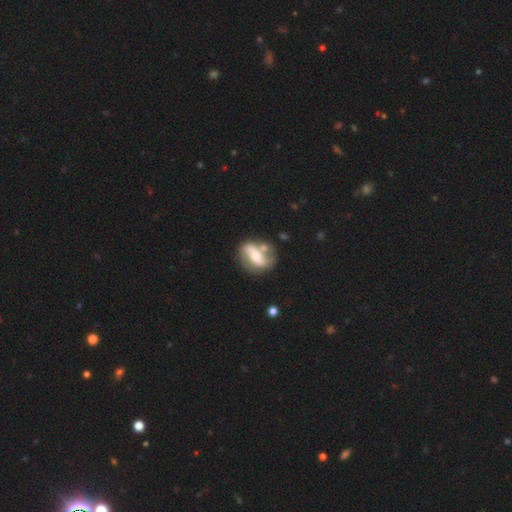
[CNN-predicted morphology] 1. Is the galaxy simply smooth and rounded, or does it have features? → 74% featured or disk, 20% smooth, 6% star or artifact.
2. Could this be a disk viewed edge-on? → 94% no, 6% yes.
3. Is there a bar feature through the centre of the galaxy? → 45% strong, 29% no, 27% weak.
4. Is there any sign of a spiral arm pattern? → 77% yes, 23% no.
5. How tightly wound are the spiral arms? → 46% loose, 37% medium, 17% tight.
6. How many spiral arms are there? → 86% 2, 7% can't tell, 4% 1, 2% 3, 1% 4, 1% more than 4.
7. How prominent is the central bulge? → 65% moderate, 26% small, 6% large, 1% none, 1% dominant.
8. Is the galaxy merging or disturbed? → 61% none, 17% merger, 16% minor disturbance, 7% major disturbance.